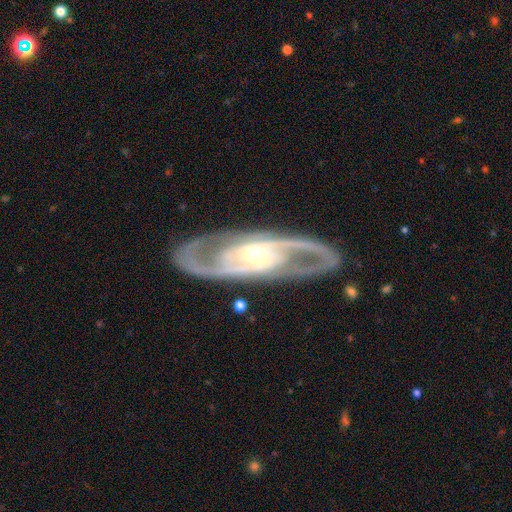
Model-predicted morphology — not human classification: This appears to be a featured or disk galaxy (91%) with no bar (42%), 2 (91%) medium (54%) spiral arms (96%) and a small central bulge (53%). Merging: none (84%).